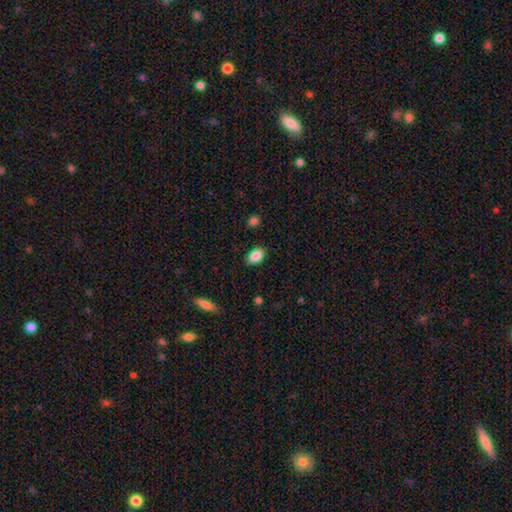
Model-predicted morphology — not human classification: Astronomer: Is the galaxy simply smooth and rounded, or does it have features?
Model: smooth — 86%.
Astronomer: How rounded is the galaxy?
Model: in between — 87%.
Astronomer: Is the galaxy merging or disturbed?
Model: none — 86%.